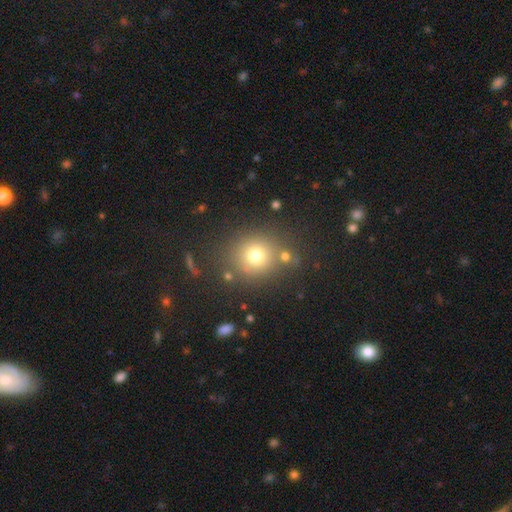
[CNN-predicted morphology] smooth 72%, star or artifact 17%, featured or disk 11%. Down the decision tree: how rounded — round (88%); merging — none (77%).